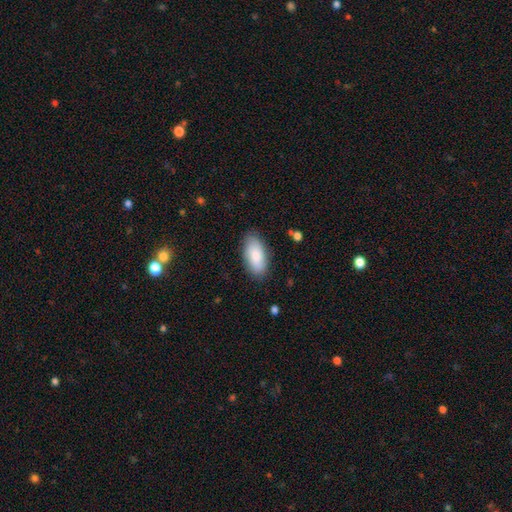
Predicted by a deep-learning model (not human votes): Morphology: type=smooth (83%); roundness=in between (91%); merging=none (84%).